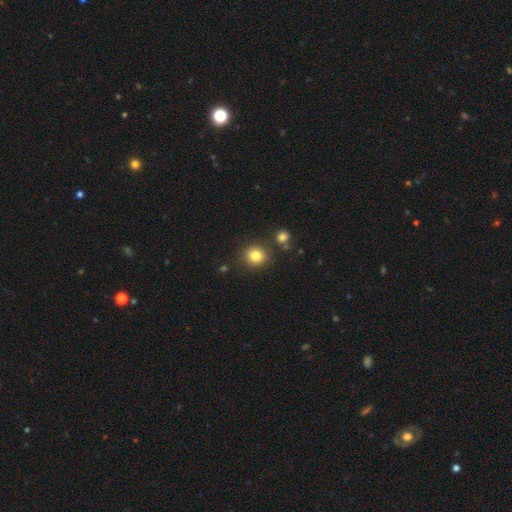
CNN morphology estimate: Smooth or featured: smooth — 82% (star or artifact — 12%)
How rounded: round — 89% (in between — 11%)
Merging: none — 84% (minor disturbance — 8%)